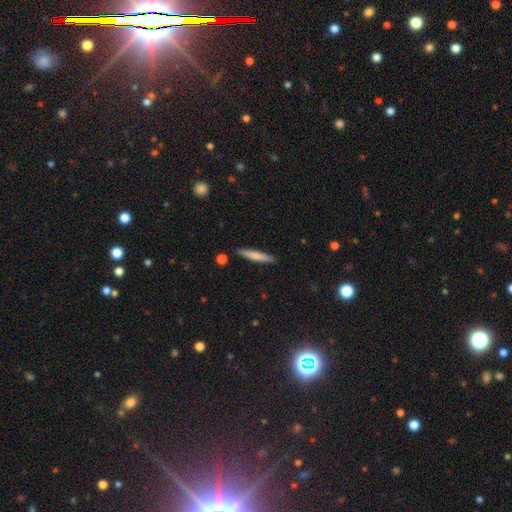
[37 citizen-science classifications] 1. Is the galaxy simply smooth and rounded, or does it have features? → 65% smooth, 30% featured or disk, 5% star or artifact.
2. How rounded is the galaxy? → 96% cigar-shaped, 4% in between, 0% round.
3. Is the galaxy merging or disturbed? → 94% none, 6% minor disturbance, 0% major disturbance, 0% merger.